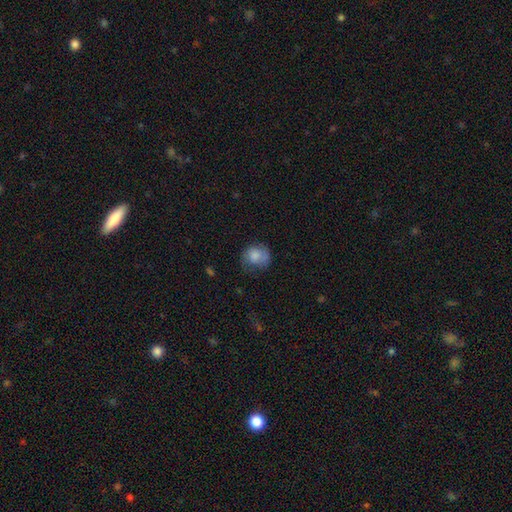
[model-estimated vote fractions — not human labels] Smooth or featured? smooth (66%)
How rounded? round (73%)
Merging? none (55%)